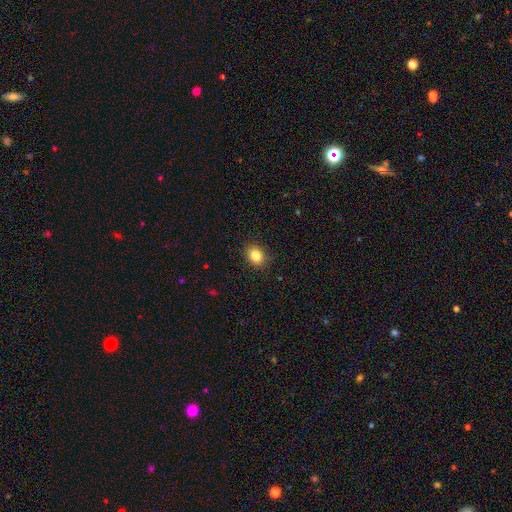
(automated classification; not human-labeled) Morphology: type=smooth (84%); roundness=in between (50%); merging=none (87%).